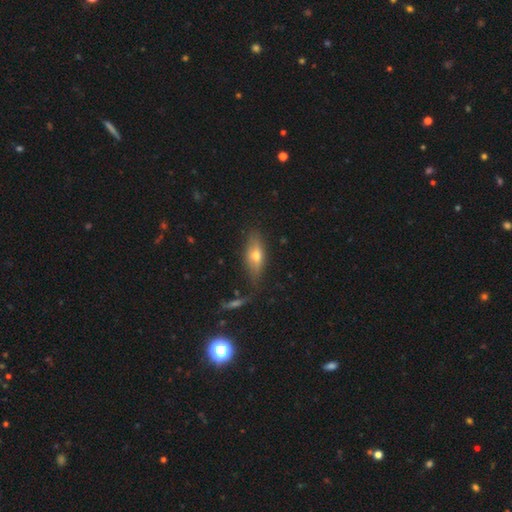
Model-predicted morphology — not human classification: Smooth or featured? Predicted: smooth (p=0.51). How rounded? Predicted: in between (p=0.62). Merging? Predicted: none (p=0.76).